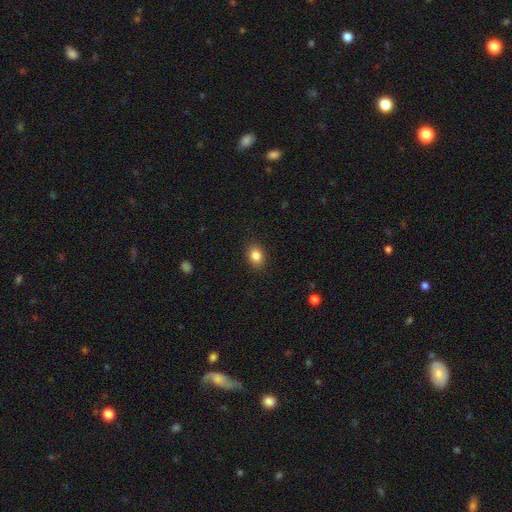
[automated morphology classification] Smooth or featured? smooth (85%)
How rounded? in between (58%)
Merging? none (89%)